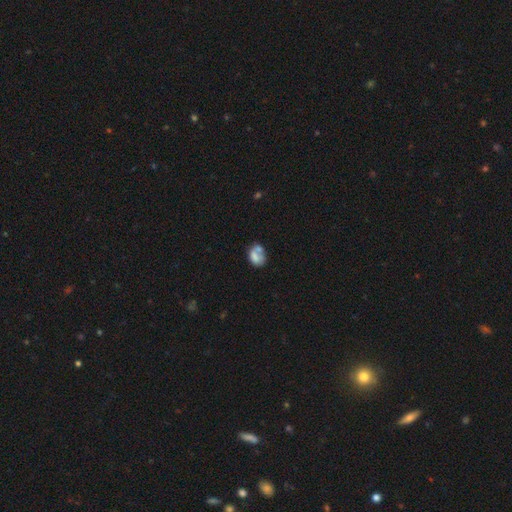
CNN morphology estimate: smooth 63%, featured or disk 27%, star or artifact 9%. Down the decision tree: how rounded — in between (64%); merging — merger (37%).